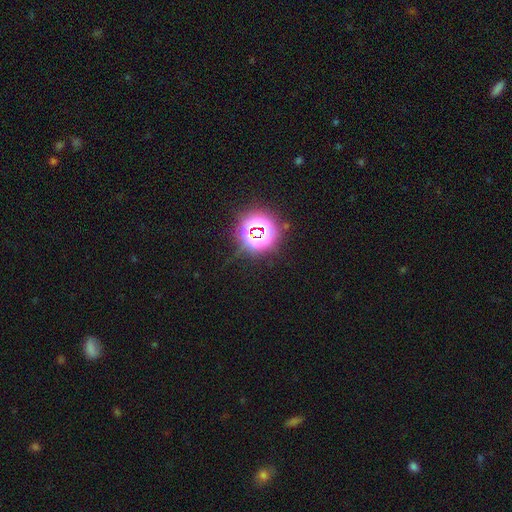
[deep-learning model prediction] This appears to be a star or artifact, not a galaxy (82%).